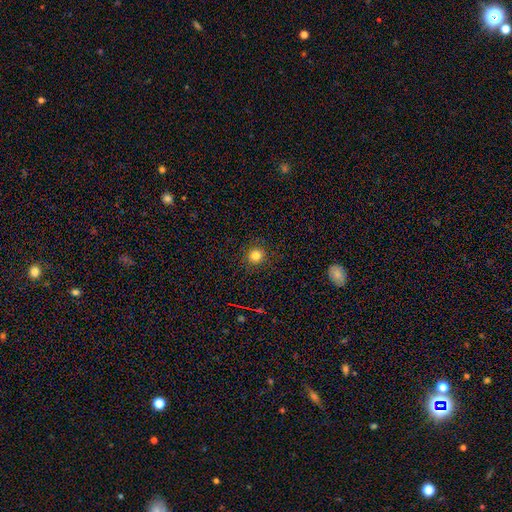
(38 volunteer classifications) This is clearly a smooth galaxy (95%). How rounded: clearly round (100%). Merging: clearly none (94%).